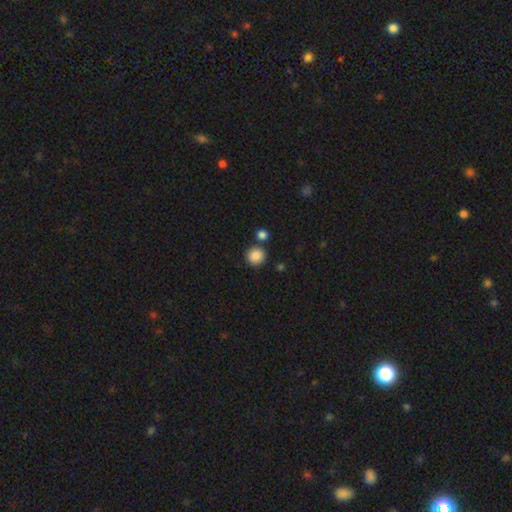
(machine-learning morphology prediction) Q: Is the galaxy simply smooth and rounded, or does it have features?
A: smooth — 87%.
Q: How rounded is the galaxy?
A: round — 93%.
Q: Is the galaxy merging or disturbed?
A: none — 81%.